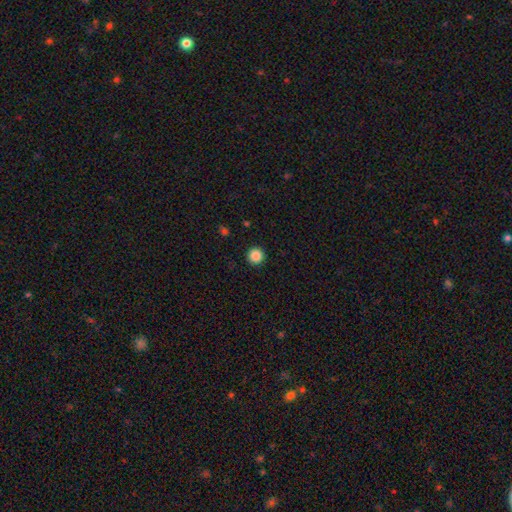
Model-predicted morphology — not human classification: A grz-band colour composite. It shows a smooth galaxy with no disk features (88%) that is round (96%). Merging: none (93%).